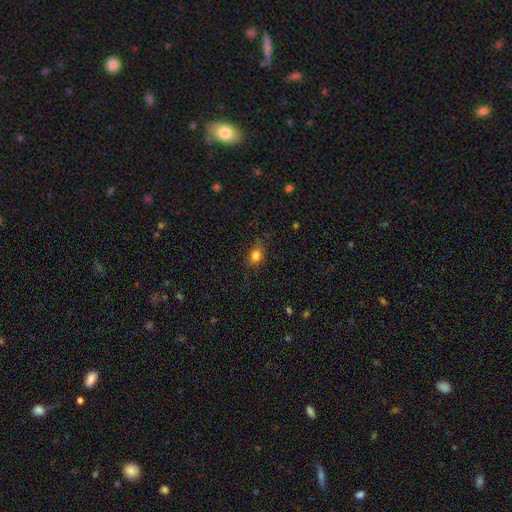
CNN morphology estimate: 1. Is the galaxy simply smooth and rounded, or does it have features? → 81% smooth, 11% star or artifact, 8% featured or disk.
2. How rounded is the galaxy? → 62% in between, 34% round, 4% cigar-shaped.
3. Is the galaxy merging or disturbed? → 72% none, 21% minor disturbance, 6% major disturbance, 1% merger.